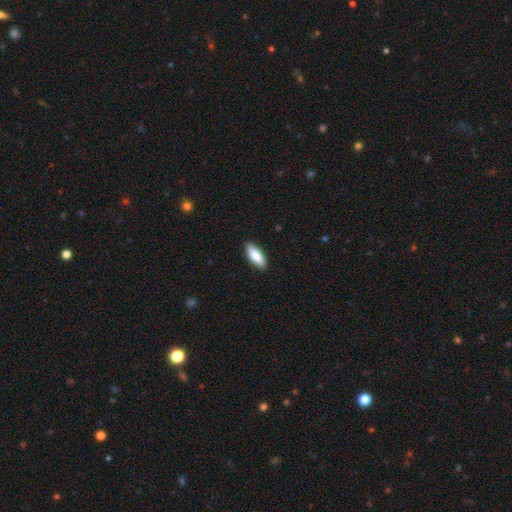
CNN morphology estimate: smooth_or_featured: smooth (p=0.84) [alt: featured or disk p=0.11]
how_rounded: in between (p=0.70) [alt: cigar-shaped p=0.28]
merging: none (p=0.89) [alt: minor disturbance p=0.08]